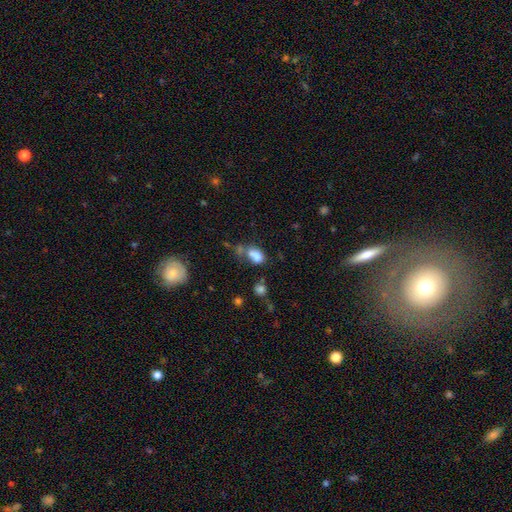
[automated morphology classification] A smooth galaxy with no disk features (76%) that is in between round and cigar-shaped (81%).

Vote fractions:
- Smooth or featured? smooth: 76% / star or artifact: 13% / featured or disk: 11%
- How rounded? in between: 81% / round: 17% / cigar-shaped: 2%
- Merging? merger: 37% / none: 33% / minor disturbance: 17% / major disturbance: 12%